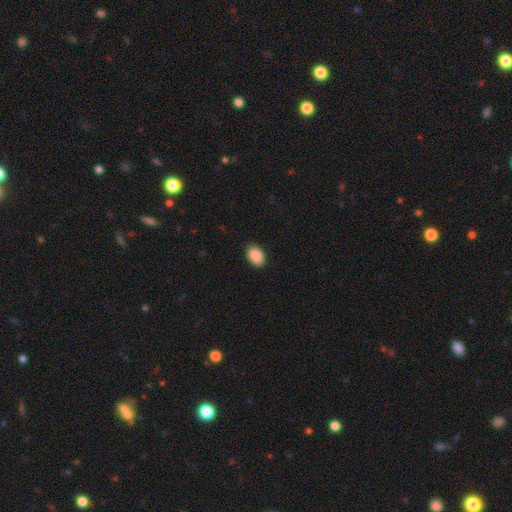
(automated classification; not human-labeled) smooth 90%, star or artifact 7%, featured or disk 3%. Down the decision tree: how rounded — in between (80%); merging — none (87%).